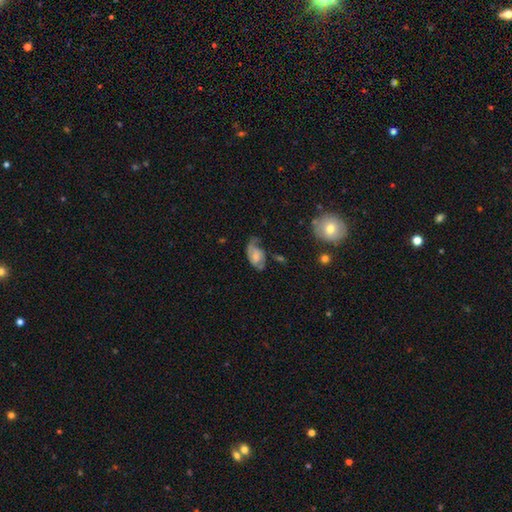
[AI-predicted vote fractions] smooth-or-featured: featured or disk: 57% | smooth: 35% | star or artifact: 8%
  disk-edge-on: no: 95% | yes: 5%
    bar: no: 57% | weak: 35% | strong: 8%
    has-spiral-arms: yes: 78% | no: 22%
    bulge-size: moderate: 39% | small: 34% | none: 13% | large: 12% | dominant: 2%
  merging: none: 46% | minor disturbance: 31% | major disturbance: 20% | merger: 3%